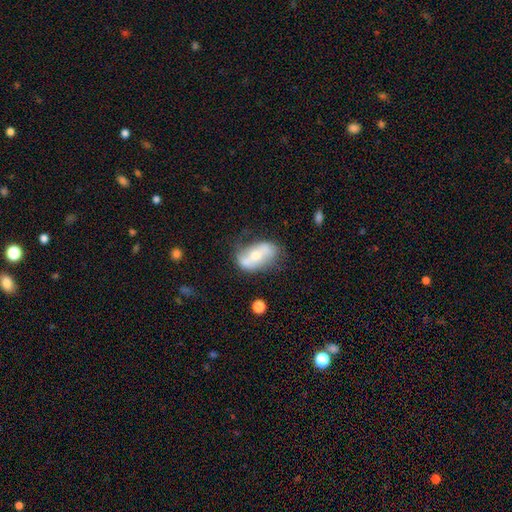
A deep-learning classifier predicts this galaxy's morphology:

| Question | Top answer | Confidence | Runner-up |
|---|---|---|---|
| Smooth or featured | featured or disk | 58% | smooth (35%) |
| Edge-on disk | no | 89% | yes (11%) |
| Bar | no | 45% | strong (29%) |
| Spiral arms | yes | 54% | no (46%) |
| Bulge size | moderate | 57% | small (33%) |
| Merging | none | 54% | minor disturbance (26%) |